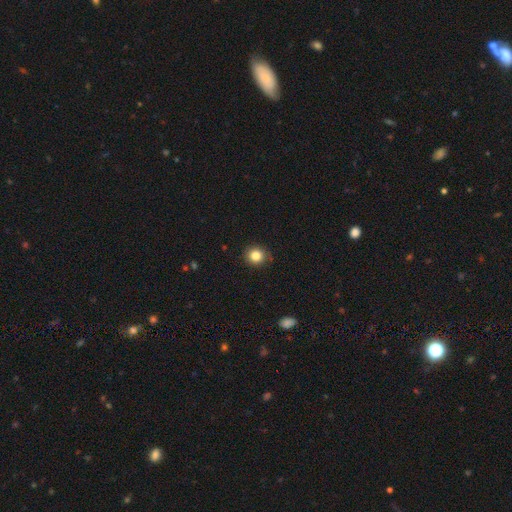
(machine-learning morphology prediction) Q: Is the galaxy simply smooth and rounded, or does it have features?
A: smooth — 84%.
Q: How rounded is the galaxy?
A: round — 88%.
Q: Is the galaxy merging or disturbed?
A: none — 88%.